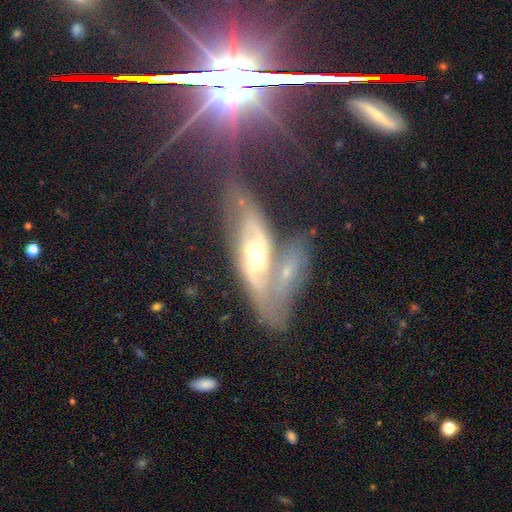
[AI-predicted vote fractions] Q: Smooth or featured?
A: featured or disk (74%); runner-up: smooth (16%)
Q: Edge-on disk?
A: no (76%); runner-up: yes (24%)
Q: Bar?
A: no (53%); runner-up: weak (32%)
Q: Spiral arms?
A: yes (72%); runner-up: no (28%)
Q: Bulge size?
A: moderate (70%); runner-up: small (14%)
Q: Merging?
A: merger (35%); runner-up: none (31%)